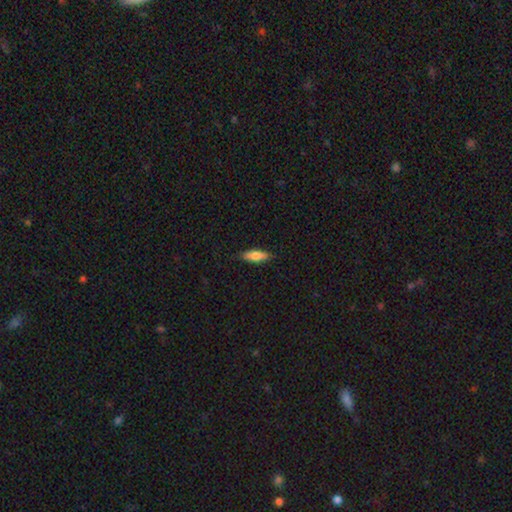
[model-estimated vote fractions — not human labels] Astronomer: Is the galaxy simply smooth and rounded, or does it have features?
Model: smooth — 77%.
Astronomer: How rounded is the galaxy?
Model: in between — 54% (runner-up: cigar-shaped, 44%).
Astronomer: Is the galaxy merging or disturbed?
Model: none — 84%.